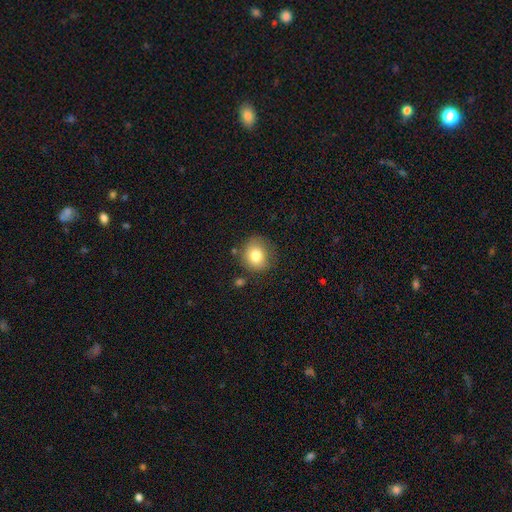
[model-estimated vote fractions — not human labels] Q: Smooth or featured?
A: smooth (80%); runner-up: featured or disk (11%)
Q: How rounded?
A: round (82%); runner-up: in between (18%)
Q: Merging?
A: none (75%); runner-up: minor disturbance (16%)